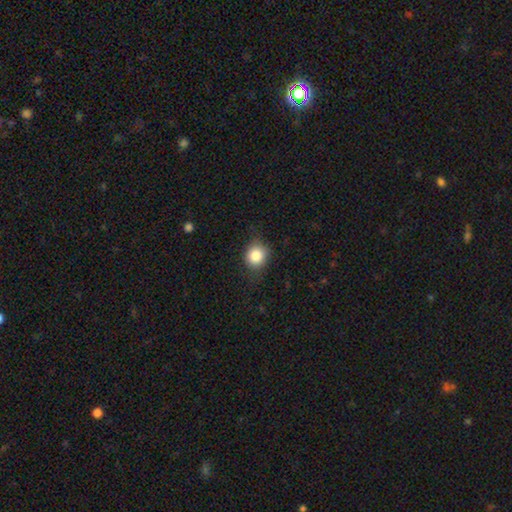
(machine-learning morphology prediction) type=smooth (82%); roundness=round (79%); merging=none (75%).